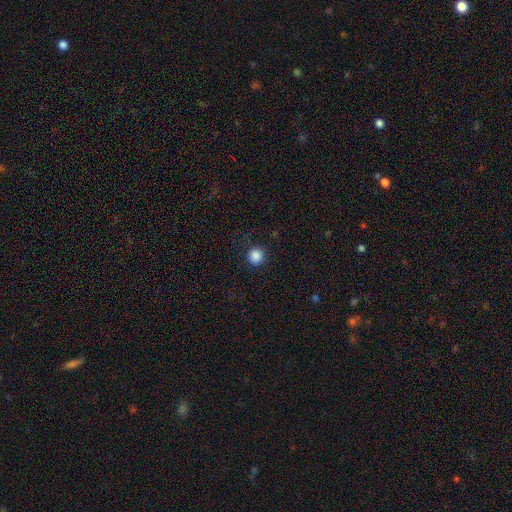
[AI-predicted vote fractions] A smooth galaxy with no disk features (86%) that is round (94%). Merging: none (88%).